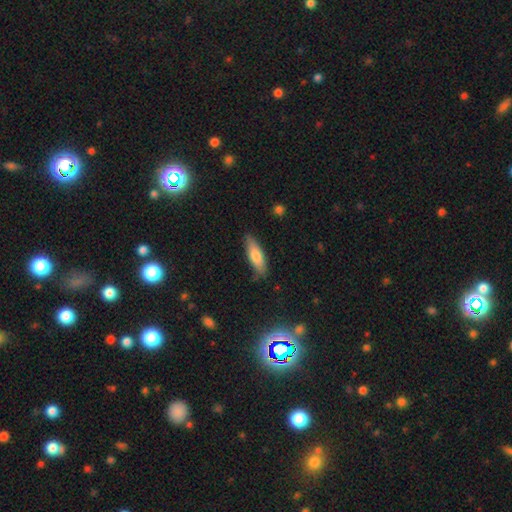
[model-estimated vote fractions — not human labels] This appears to be a smooth galaxy with no disk features (75%) that is cigar-shaped (50%). Merging: none (82%).